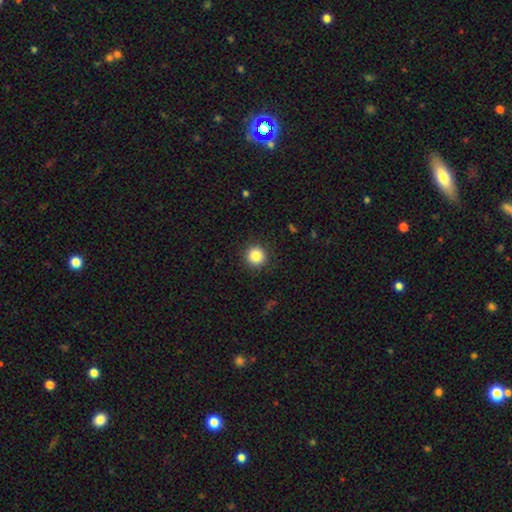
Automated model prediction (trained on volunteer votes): The model was most divided on "smooth or featured": smooth: 86%, star or artifact: 10%, featured or disk: 4%. More confident: how rounded — round (94%); merging — none (91%).